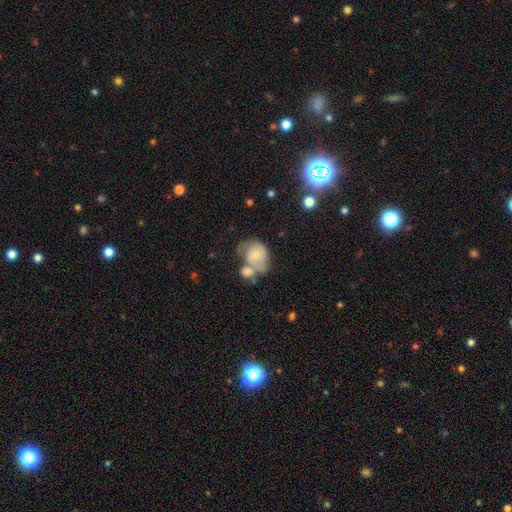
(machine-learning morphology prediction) The model was most divided on "how rounded": round: 54%, in between: 45%, cigar-shaped: 1%. Remaining: smooth or featured — smooth (53%); merging — merger (46%).